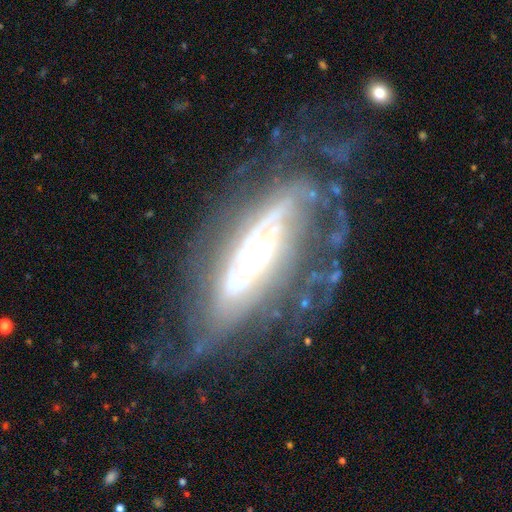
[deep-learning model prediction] The model was most divided on "bar": strong: 37%, no: 35%, weak: 28%. Remaining: spiral arms — yes (89%); smooth or featured — featured or disk (87%); edge-on disk — no (78%); spiral winding — tight (57%); merging — none (56%); bulge size — moderate (46%); spiral arm count — can't tell (42%).